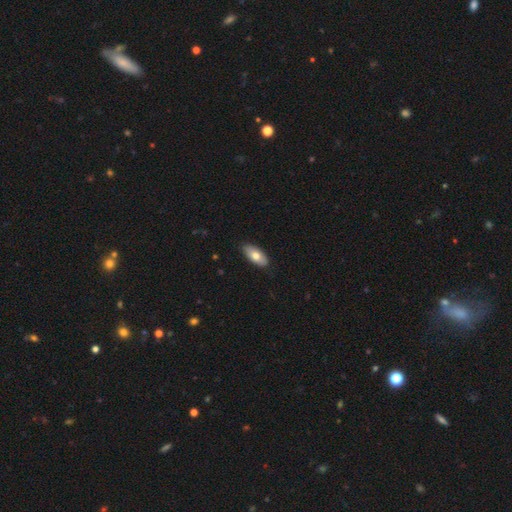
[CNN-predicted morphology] Q: Smooth or featured?
A: smooth (72%); runner-up: featured or disk (22%)
Q: How rounded?
A: in between (89%); runner-up: cigar-shaped (9%)
Q: Merging?
A: none (86%); runner-up: minor disturbance (11%)